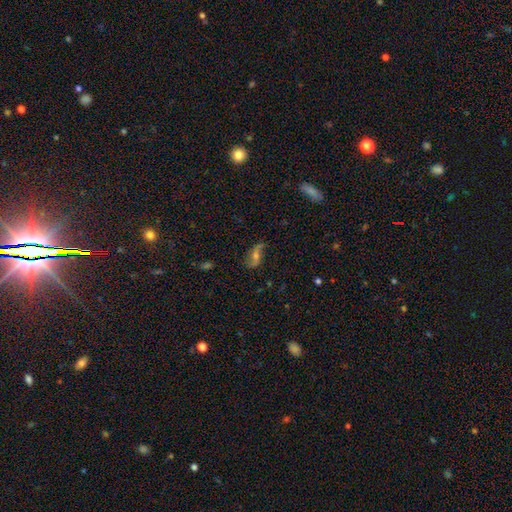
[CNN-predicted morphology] Smooth or featured: featured or disk — 71% (smooth — 17%)
Edge-on disk: no — 92% (yes — 8%)
Bar: no — 49% (weak — 34%)
Spiral arms: yes — 91% (no — 9%)
Spiral winding: loose — 72% (medium — 21%)
Spiral arm count: 2 — 90% (can't tell — 4%)
Bulge size: moderate — 54% (small — 35%)
Merging: none — 75% (minor disturbance — 15%)